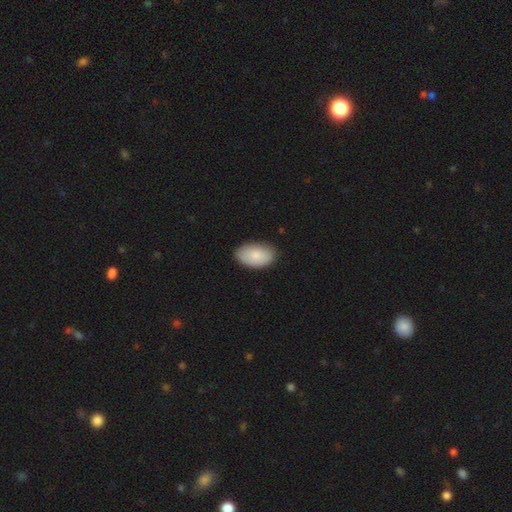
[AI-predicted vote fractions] A smooth galaxy with no disk features (85%) that is in between round and cigar-shaped (95%).

Vote fractions:
- Smooth or featured? smooth: 85% / featured or disk: 9% / star or artifact: 6%
- How rounded? in between: 95% / round: 4% / cigar-shaped: 1%
- Merging? none: 85% / minor disturbance: 11% / major disturbance: 2% / merger: 1%